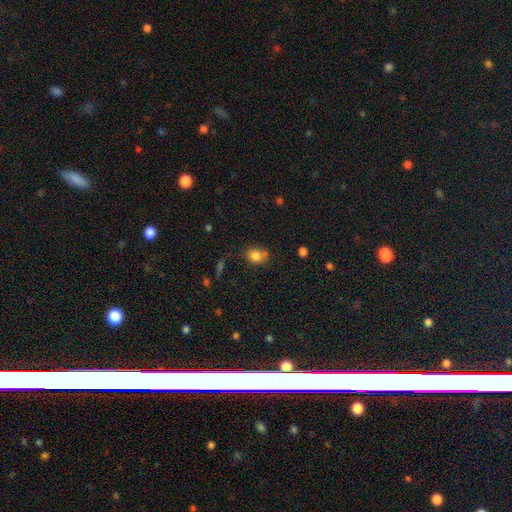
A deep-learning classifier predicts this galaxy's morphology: This appears to be a smooth galaxy with no disk features (82%) that is in between round and cigar-shaped (55%). Merging: none (57%).